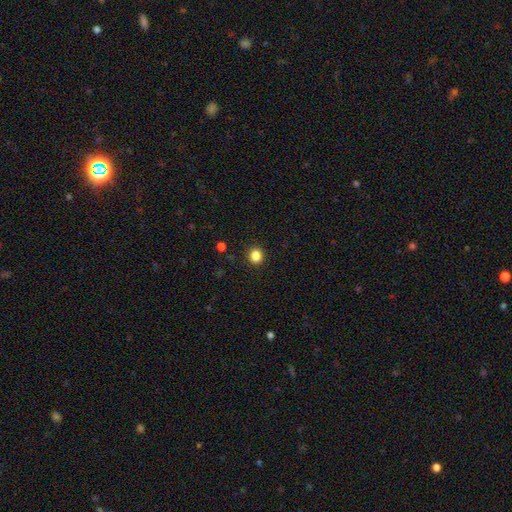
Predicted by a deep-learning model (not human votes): A smooth galaxy with no disk features (85%) that is round (79%).

Vote fractions:
- Smooth or featured? smooth: 85% / star or artifact: 12% / featured or disk: 3%
- How rounded? round: 79% / in between: 20% / cigar-shaped: 1%
- Merging? none: 91% / minor disturbance: 6% / major disturbance: 2% / merger: 1%